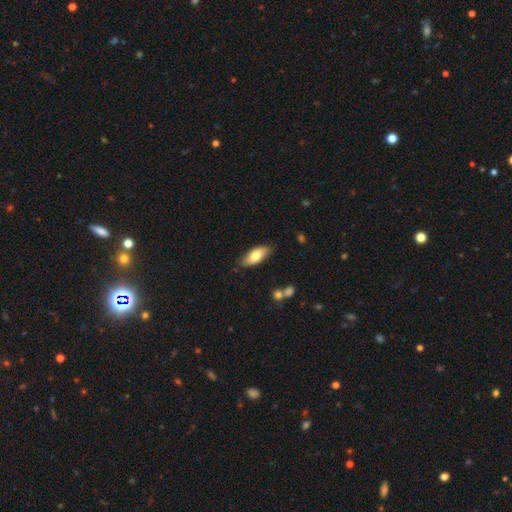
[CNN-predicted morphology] Q: Smooth or featured?
A: smooth (72%); runner-up: featured or disk (23%)
Q: How rounded?
A: in between (81%); runner-up: cigar-shaped (17%)
Q: Merging?
A: none (82%); runner-up: minor disturbance (14%)